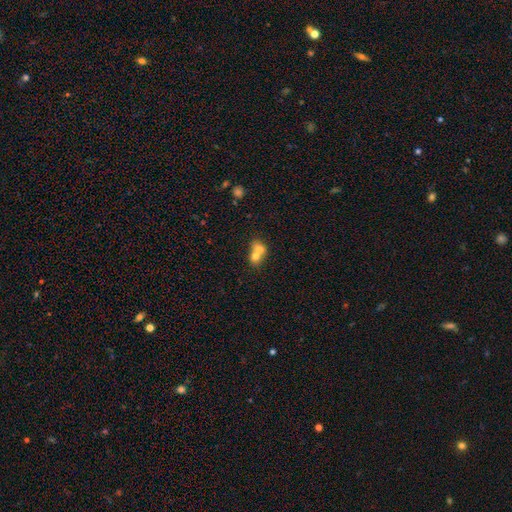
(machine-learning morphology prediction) Smooth or featured?
  - smooth: 69% *
  - featured or disk: 21%
  - star or artifact: 10%
How rounded?
  - round: 59% *
  - in between: 40%
  - cigar-shaped: 1%
Merging?
  - merger: 73% *
  - none: 19%
  - minor disturbance: 5%
  - major disturbance: 3%